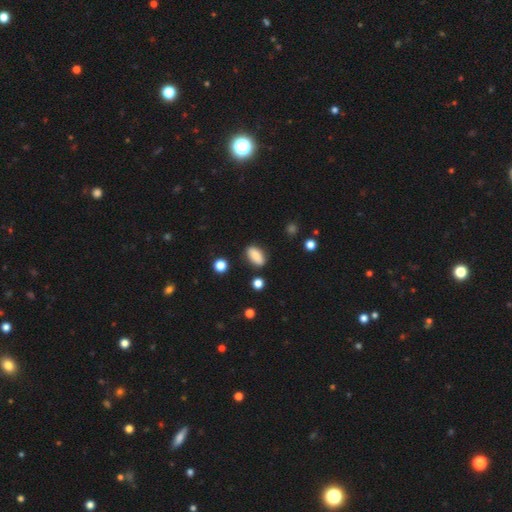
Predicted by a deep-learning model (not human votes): Overall: smooth (86%). How rounded: in between (87%). Merging: none (82%).